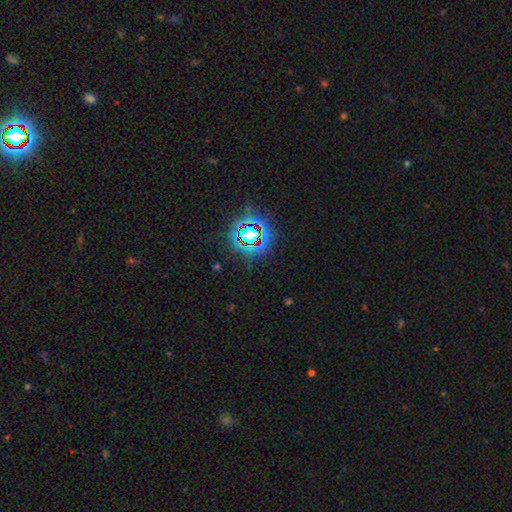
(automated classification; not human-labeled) Smooth or featured? star or artifact (64%)